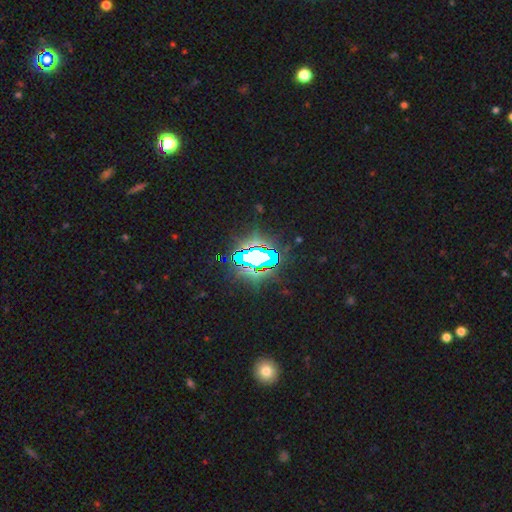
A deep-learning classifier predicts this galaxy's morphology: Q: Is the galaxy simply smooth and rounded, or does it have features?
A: star or artifact — 73%.